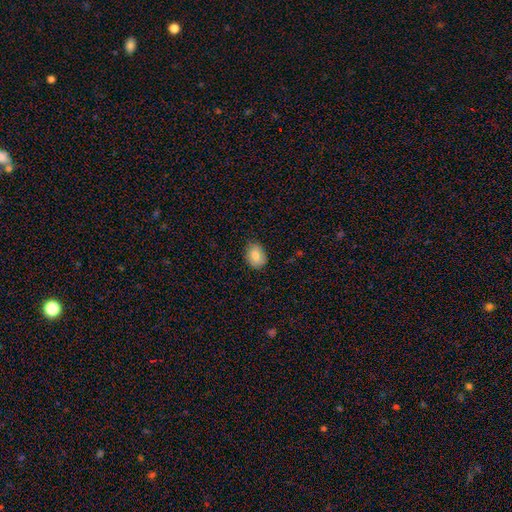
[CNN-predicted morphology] Smooth or featured? smooth (82%)
How rounded? in between (65%)
Merging? none (79%)